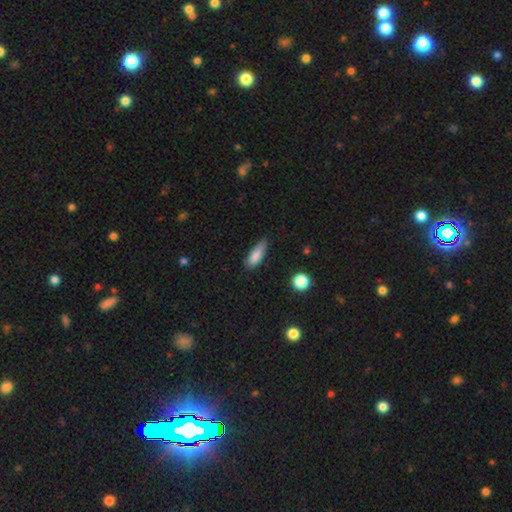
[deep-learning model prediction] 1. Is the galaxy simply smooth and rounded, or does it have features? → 84% smooth, 8% featured or disk, 8% star or artifact.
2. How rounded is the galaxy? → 62% in between, 36% cigar-shaped, 3% round.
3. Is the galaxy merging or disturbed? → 59% none, 33% minor disturbance, 6% major disturbance, 2% merger.